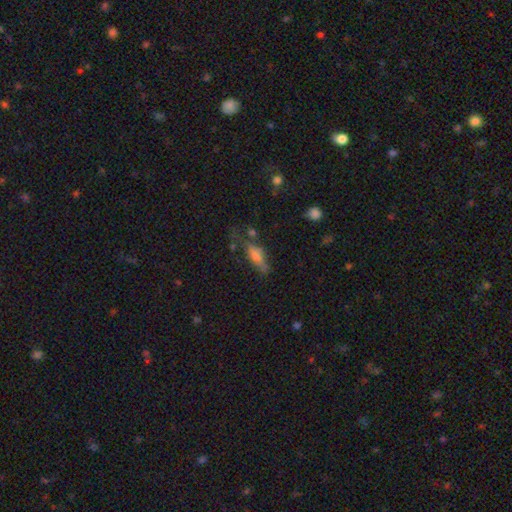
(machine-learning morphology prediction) The model was most divided on "how rounded": in between: 52%, cigar-shaped: 44%, round: 4%. Remaining: smooth or featured — smooth (59%); merging — none (47%).